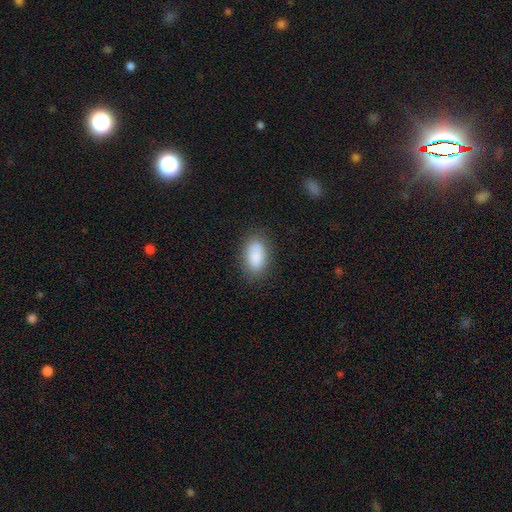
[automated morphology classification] smooth-or-featured: smooth: 86% | star or artifact: 7% | featured or disk: 7%
  how-rounded: in between: 91% | round: 6% | cigar-shaped: 3%
  merging: none: 81% | minor disturbance: 13% | major disturbance: 4% | merger: 2%